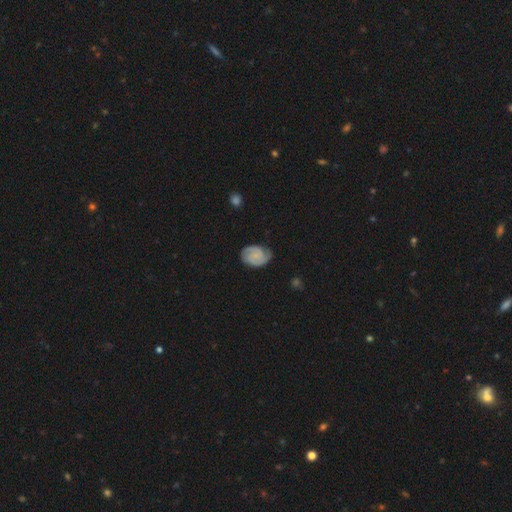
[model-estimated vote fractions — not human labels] A featured or disk galaxy (68%) with no bar (66%), 2 (70%) tight (55%) spiral arms (95%) and a small central bulge (45%). Merging: none (71%).